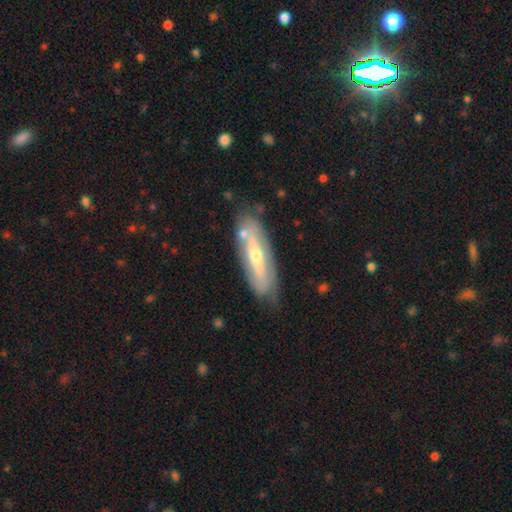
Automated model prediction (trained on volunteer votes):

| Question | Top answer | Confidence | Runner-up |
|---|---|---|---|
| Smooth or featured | featured or disk | 67% | smooth (22%) |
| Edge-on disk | no | 63% | yes (37%) |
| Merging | none | 79% | minor disturbance (14%) |